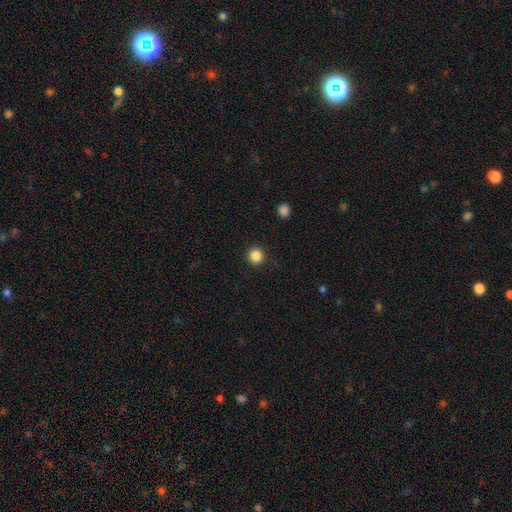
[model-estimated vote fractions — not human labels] Overall: smooth (86%). How rounded: round (93%). Merging: none (92%).